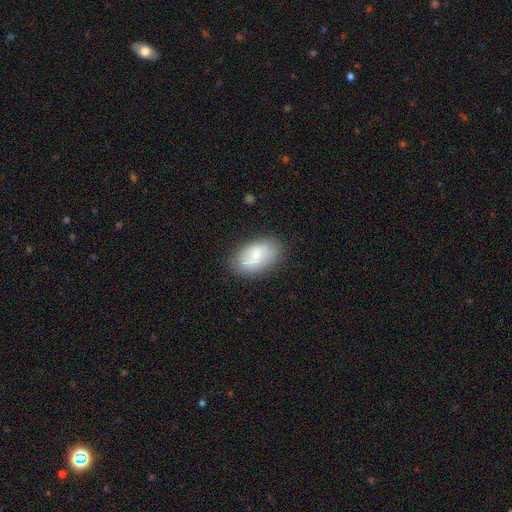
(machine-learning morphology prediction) The model was most divided on "smooth or featured": smooth: 65%, featured or disk: 28%, star or artifact: 7%. More confident: how rounded — in between (91%); merging — none (78%).